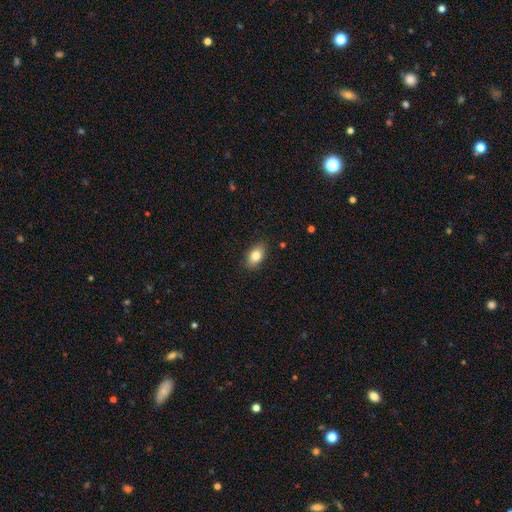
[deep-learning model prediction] A smooth galaxy with no disk features (82%) that is in between round and cigar-shaped (89%). Merging: none (87%).